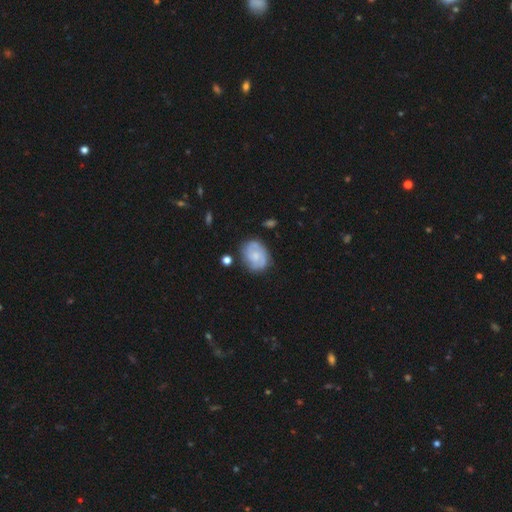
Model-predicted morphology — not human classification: type=featured or disk (61%); edge-on=no (97%); bar=no (70%); spiral arms=yes (86%); winding=tight (49%); arm count=2 (48%); bulge=small (51%); merging=none (73%).